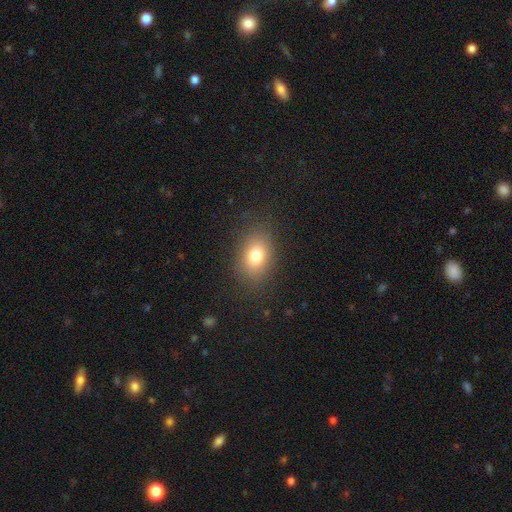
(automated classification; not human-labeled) A smooth galaxy with no disk features (79%) that is in between round and cigar-shaped (73%). Merging: none (83%).